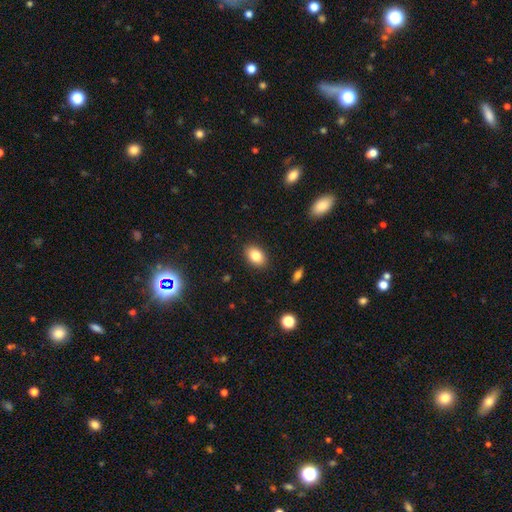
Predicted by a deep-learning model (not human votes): Smooth or featured? Predicted: smooth (p=0.83). How rounded? Predicted: in between (p=0.82). Merging? Predicted: none (p=0.88).